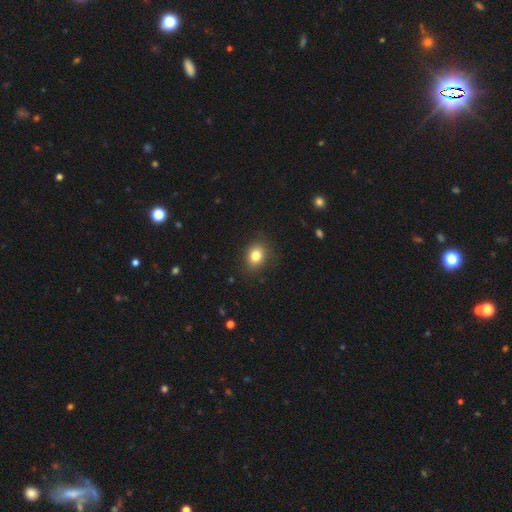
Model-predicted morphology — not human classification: Overall: smooth (82%). How rounded: in between (52%; round 47%). Merging: none (85%).